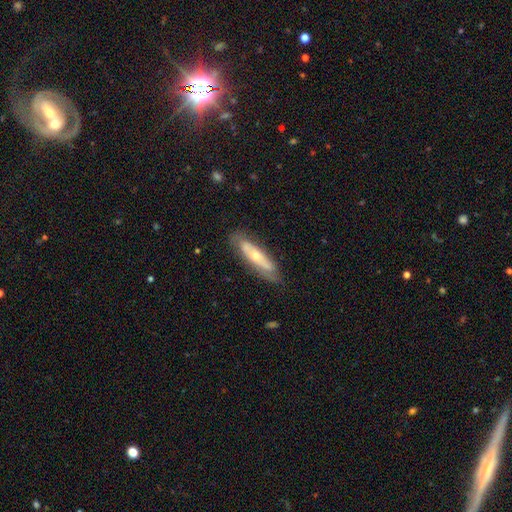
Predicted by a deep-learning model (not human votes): smooth_or_featured: featured or disk (p=0.61) [alt: smooth p=0.33]
disk_edge_on: no (p=0.58) [alt: yes p=0.42]
merging: none (p=0.77) [alt: minor disturbance p=0.16]